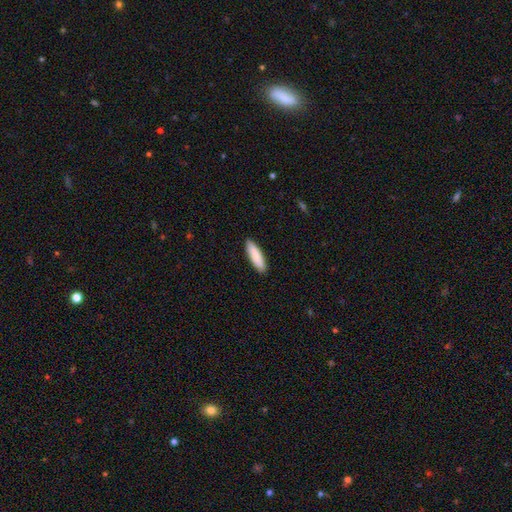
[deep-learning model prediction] A smooth galaxy with no disk features (87%) that is cigar-shaped (62%). Merging: none (90%).